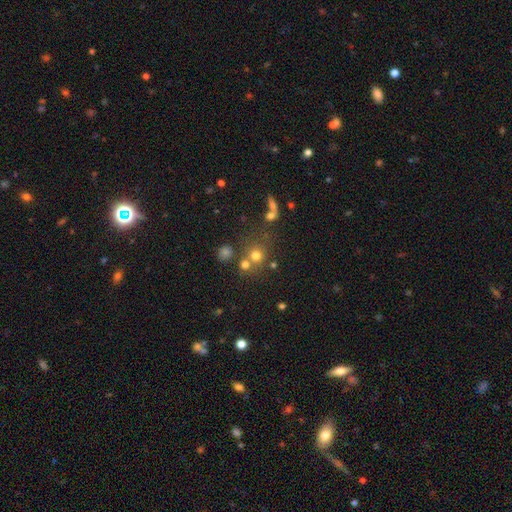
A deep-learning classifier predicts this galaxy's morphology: Smooth or featured? Predicted: smooth (p=0.69). How rounded? Predicted: round (p=0.87). Merging? Predicted: none (p=0.59).